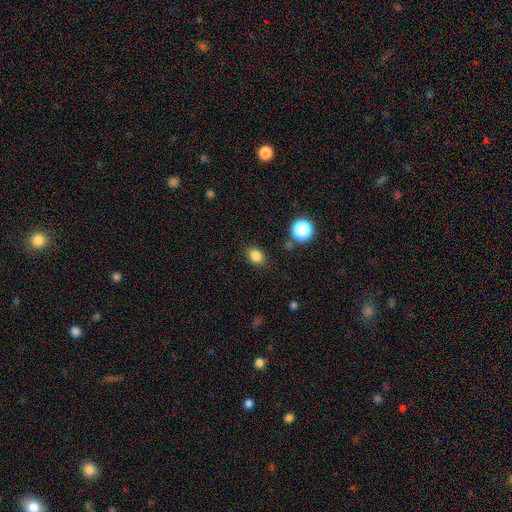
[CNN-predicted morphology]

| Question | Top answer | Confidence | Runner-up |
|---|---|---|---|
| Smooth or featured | smooth | 82% | star or artifact (12%) |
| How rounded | in between | 65% | round (34%) |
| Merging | none | 85% | minor disturbance (10%) |